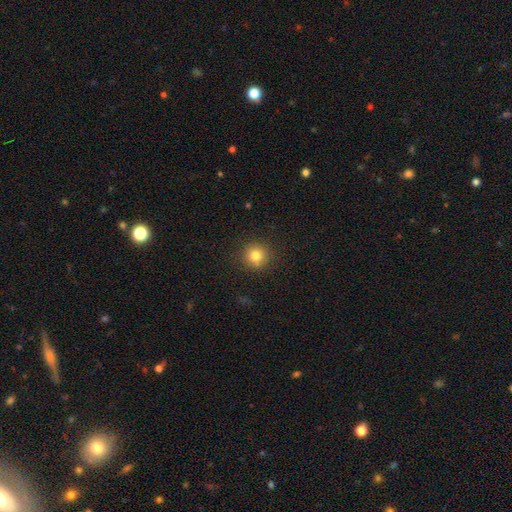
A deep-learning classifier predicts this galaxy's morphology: type=smooth (80%); roundness=round (93%); merging=none (88%).